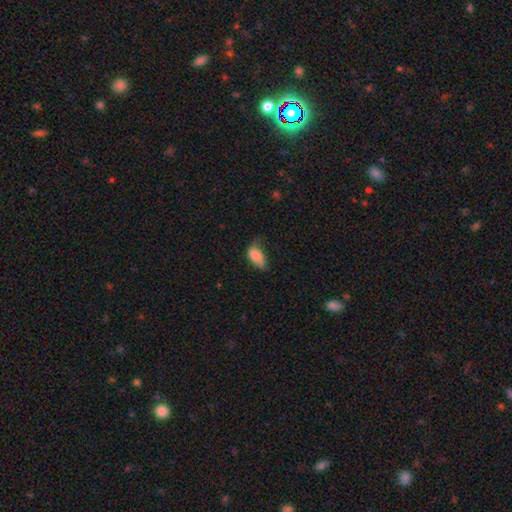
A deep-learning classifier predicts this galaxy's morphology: smooth_or_featured: smooth (p=0.82) [alt: featured or disk p=0.10]
how_rounded: in between (p=0.91) [alt: round p=0.05]
merging: minor disturbance (p=0.43) [alt: none p=0.36]